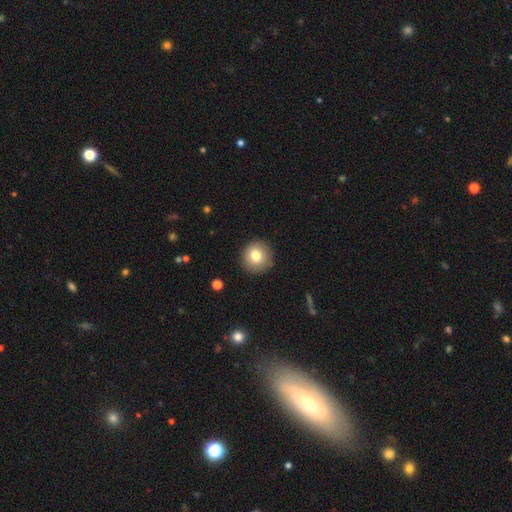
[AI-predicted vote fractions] A smooth galaxy with no disk features (79%) that is round (93%). Merging: none (89%).